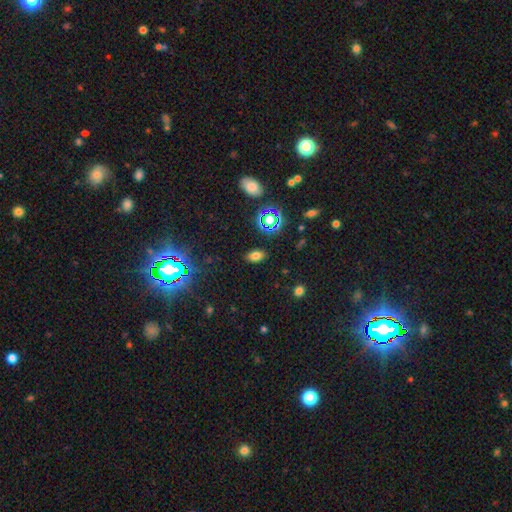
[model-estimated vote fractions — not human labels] Smooth or featured? Predicted: smooth (p=0.72). How rounded? Predicted: in between (p=0.87). Merging? Predicted: none (p=0.87).